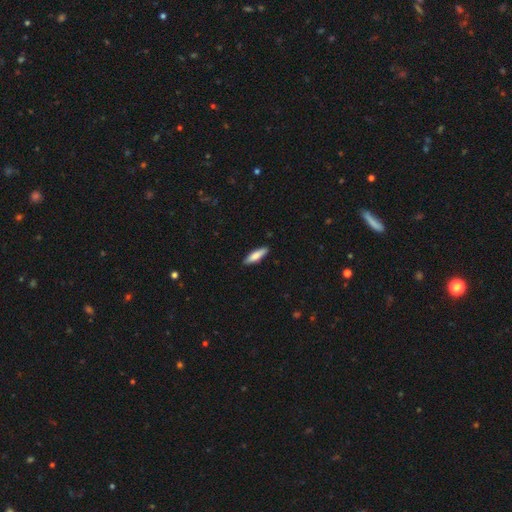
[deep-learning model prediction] Morphology: type=smooth (78%); roundness=cigar-shaped (66%); merging=none (88%).